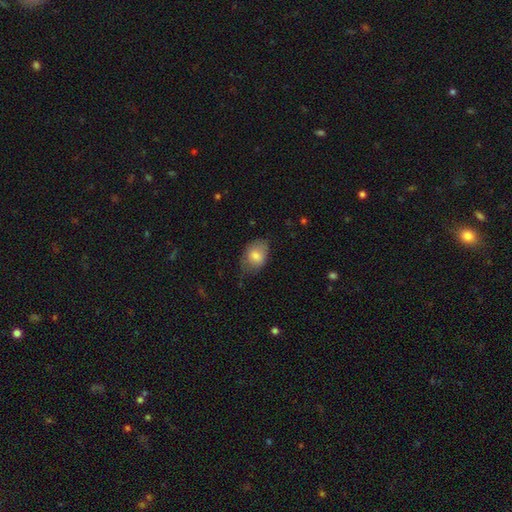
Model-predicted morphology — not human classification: Smooth or featured?
  - smooth: 78% *
  - featured or disk: 15%
  - star or artifact: 7%
How rounded?
  - in between: 78% *
  - round: 21%
  - cigar-shaped: 1%
Merging?
  - none: 59% *
  - minor disturbance: 30%
  - major disturbance: 10%
  - merger: 1%